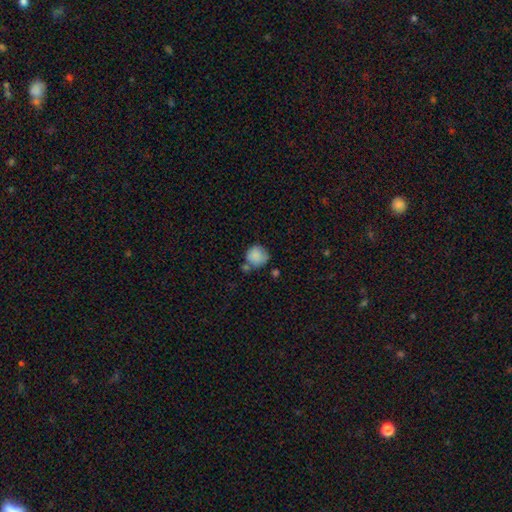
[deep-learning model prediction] Smooth or featured?
  - smooth: 85% *
  - star or artifact: 8%
  - featured or disk: 7%
How rounded?
  - round: 88% *
  - in between: 11%
  - cigar-shaped: 1%
Merging?
  - none: 57% *
  - minor disturbance: 21%
  - merger: 16%
  - major disturbance: 6%